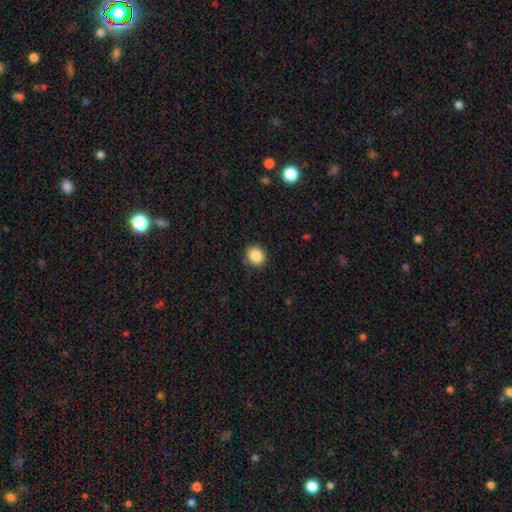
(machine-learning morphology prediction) This appears to be a smooth galaxy with no disk features (85%) that is round (85%). Merging: none (87%).